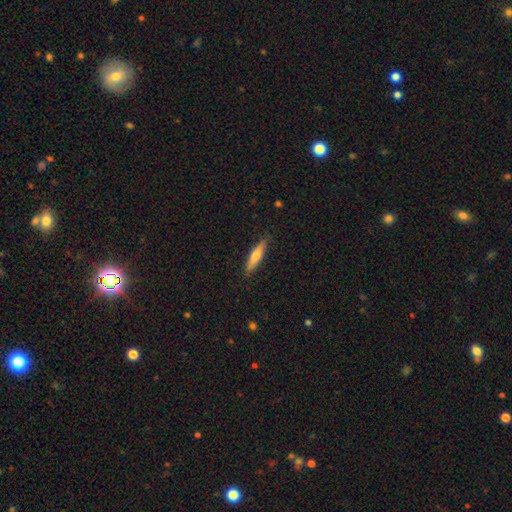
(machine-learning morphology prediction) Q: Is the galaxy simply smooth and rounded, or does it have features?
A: smooth — 57%.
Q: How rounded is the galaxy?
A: cigar-shaped — 83%.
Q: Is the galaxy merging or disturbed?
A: none — 87%.